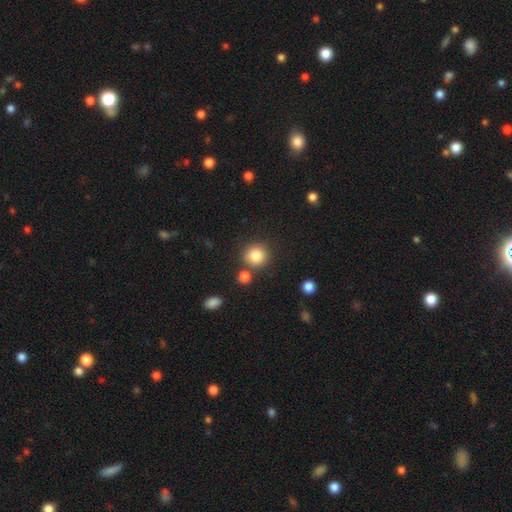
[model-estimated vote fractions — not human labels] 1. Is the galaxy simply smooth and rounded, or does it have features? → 83% smooth, 10% star or artifact, 6% featured or disk.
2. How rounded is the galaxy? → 91% round, 8% in between, 1% cigar-shaped.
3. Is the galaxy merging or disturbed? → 80% none, 9% merger, 8% minor disturbance, 3% major disturbance.